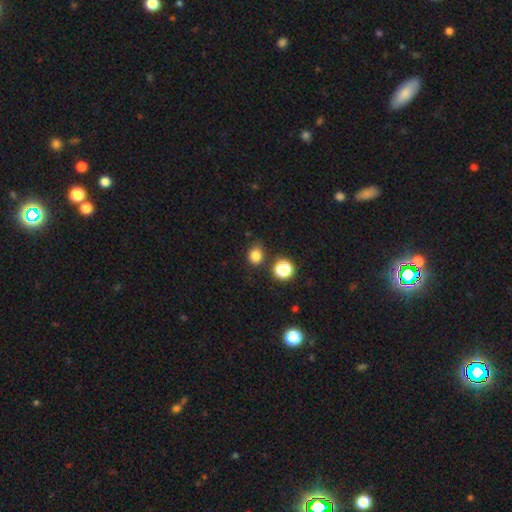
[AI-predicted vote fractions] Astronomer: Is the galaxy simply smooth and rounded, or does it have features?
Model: smooth — 82%.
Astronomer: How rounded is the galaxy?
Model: round — 68%.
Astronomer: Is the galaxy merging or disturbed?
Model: none — 77%.